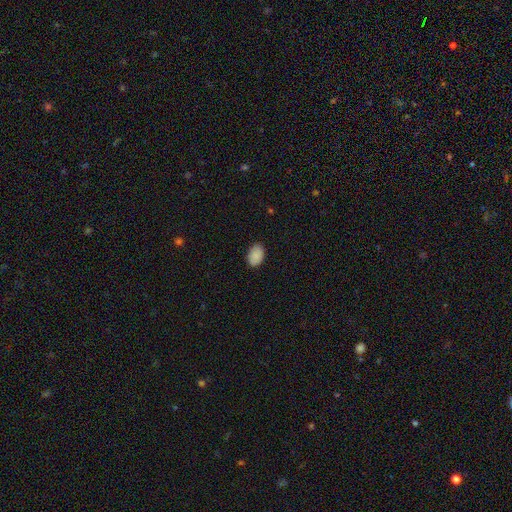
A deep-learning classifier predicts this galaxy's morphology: smooth-or-featured: smooth: 89% | star or artifact: 7% | featured or disk: 3%
  how-rounded: in between: 87% | round: 12% | cigar-shaped: 1%
  merging: none: 86% | minor disturbance: 10% | major disturbance: 2% | merger: 1%